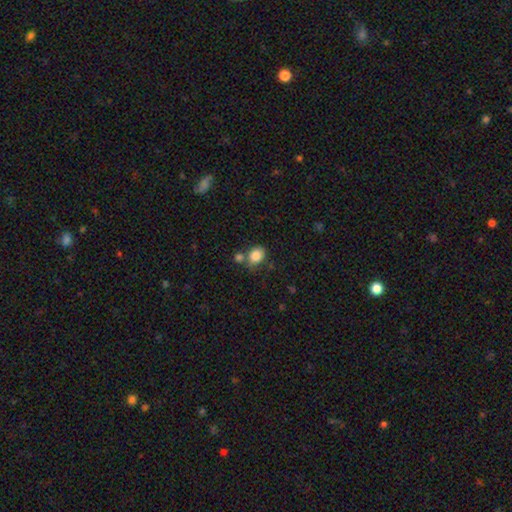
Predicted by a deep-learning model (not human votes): Smooth or featured?
  - smooth: 85% *
  - star or artifact: 9%
  - featured or disk: 6%
How rounded?
  - in between: 61% *
  - round: 38%
  - cigar-shaped: 1%
Merging?
  - none: 59% *
  - merger: 21%
  - minor disturbance: 15%
  - major disturbance: 5%